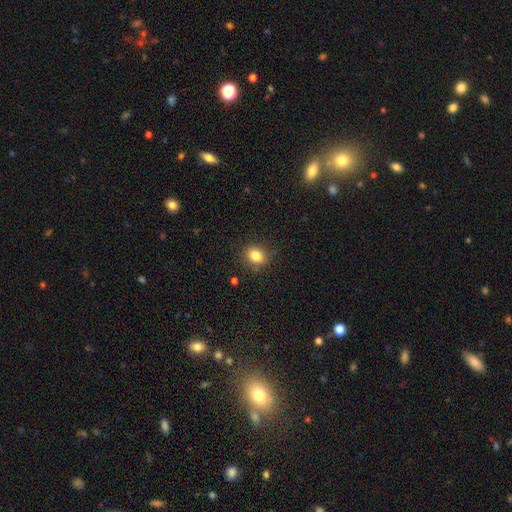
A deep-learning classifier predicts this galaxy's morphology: The model was most divided on "how rounded": round: 51%, in between: 48%, cigar-shaped: 1%. More confident: merging — none (85%); smooth or featured — smooth (83%).